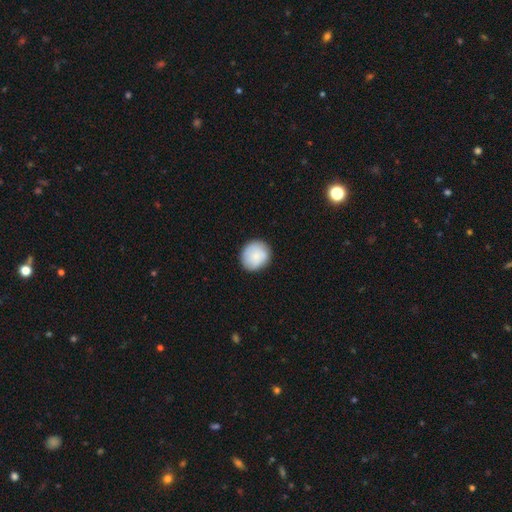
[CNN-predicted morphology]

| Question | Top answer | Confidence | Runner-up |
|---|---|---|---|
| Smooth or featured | smooth | 84% | featured or disk (9%) |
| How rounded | round | 82% | in between (17%) |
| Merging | none | 84% | minor disturbance (12%) |